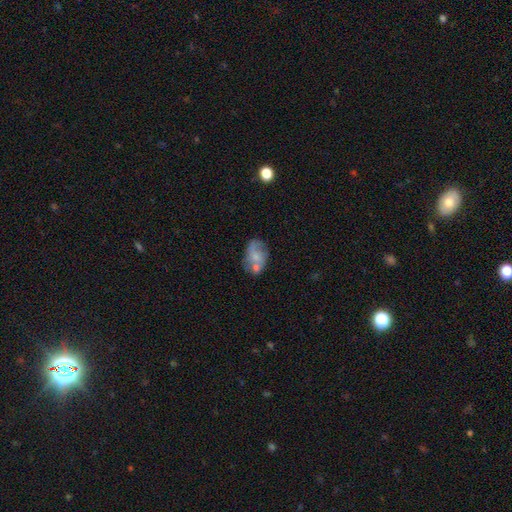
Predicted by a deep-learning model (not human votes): Smooth or featured? smooth (52%)
How rounded? in between (84%)
Merging? none (42%)